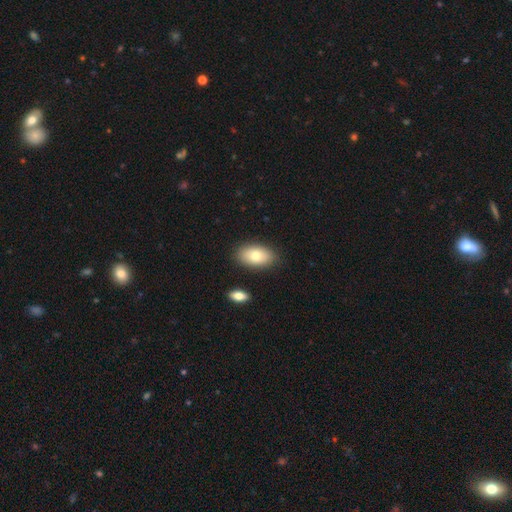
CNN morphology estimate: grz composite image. It shows a smooth galaxy with no disk features (78%) that is in between round and cigar-shaped (93%). Merging: none (85%).